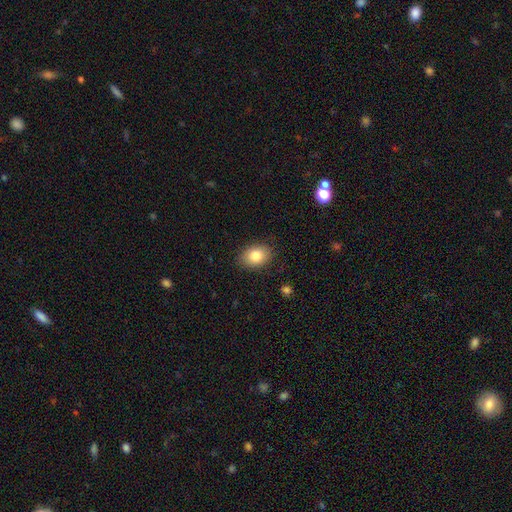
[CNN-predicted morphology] Smooth or featured: smooth — 83% (featured or disk — 9%)
How rounded: in between — 72% (round — 27%)
Merging: none — 86% (minor disturbance — 10%)